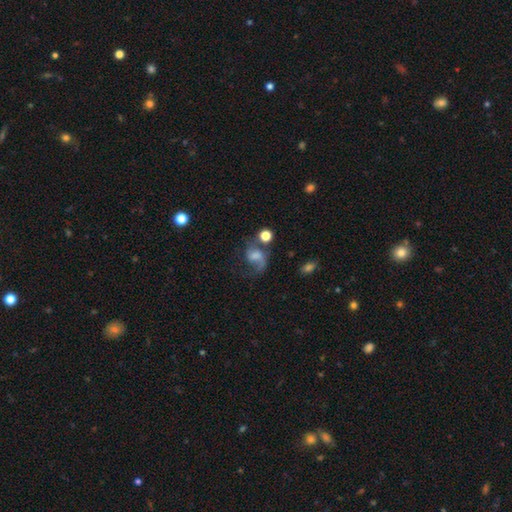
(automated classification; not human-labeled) A featured or disk galaxy (50%). Merging: major disturbance (34%).